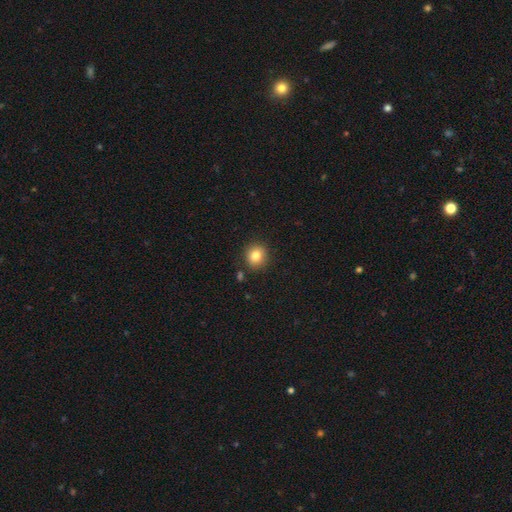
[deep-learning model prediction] The model was most divided on "how rounded": round: 85%, in between: 15%, cigar-shaped: 1%. More confident: merging — none (87%); smooth or featured — smooth (83%).